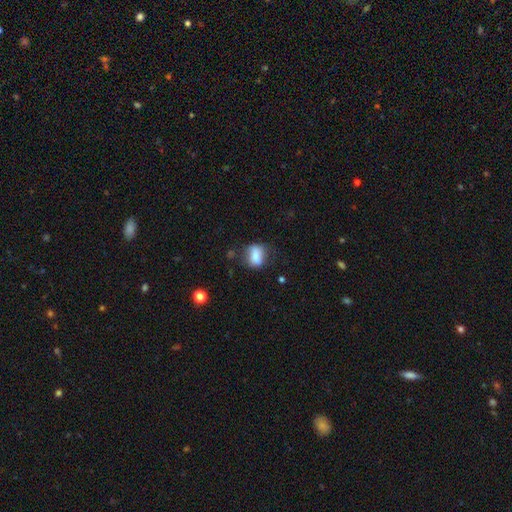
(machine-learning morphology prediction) type=smooth (73%); roundness=in between (66%); merging=none (57%).